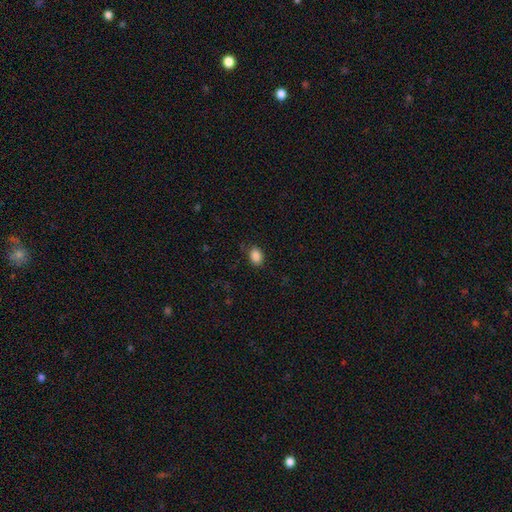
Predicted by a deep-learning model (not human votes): Smooth or featured? Predicted: smooth (p=0.88). How rounded? Predicted: in between (p=0.73). Merging? Predicted: none (p=0.82).